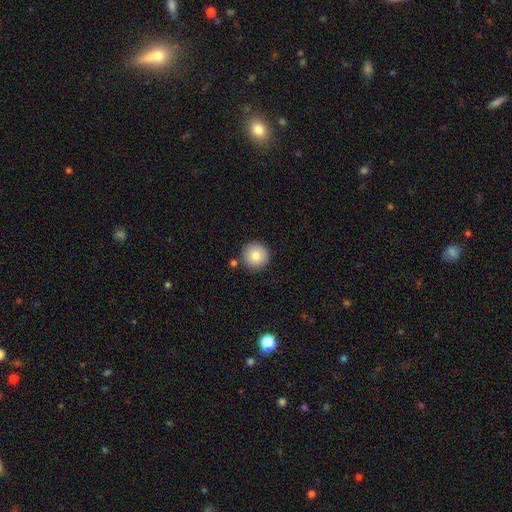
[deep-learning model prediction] Morphology: type=smooth (81%); roundness=round (96%); merging=none (86%).